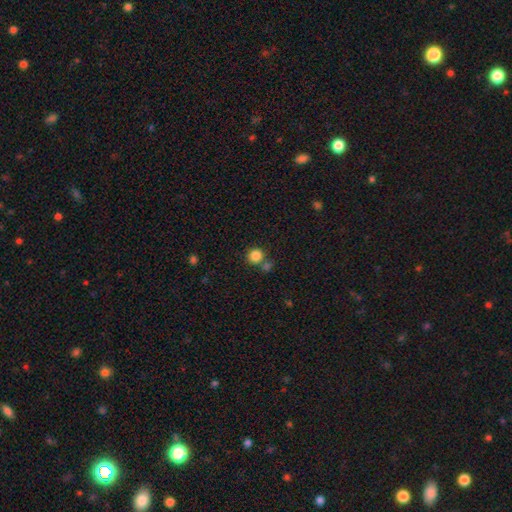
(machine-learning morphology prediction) This appears to be a smooth galaxy with no disk features (85%) that is round (91%). Merging: none (68%).